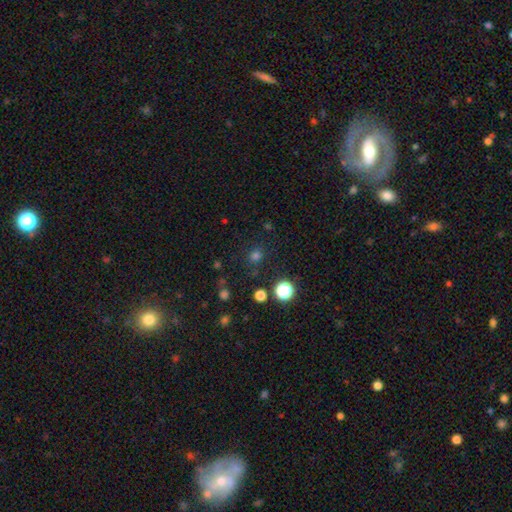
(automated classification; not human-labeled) A smooth galaxy with no disk features (68%) that is round (85%).

Vote fractions:
- Smooth or featured? smooth: 68% / star or artifact: 27% / featured or disk: 5%
- How rounded? round: 85% / in between: 14% / cigar-shaped: 1%
- Merging? none: 84% / minor disturbance: 9% / merger: 4% / major disturbance: 3%